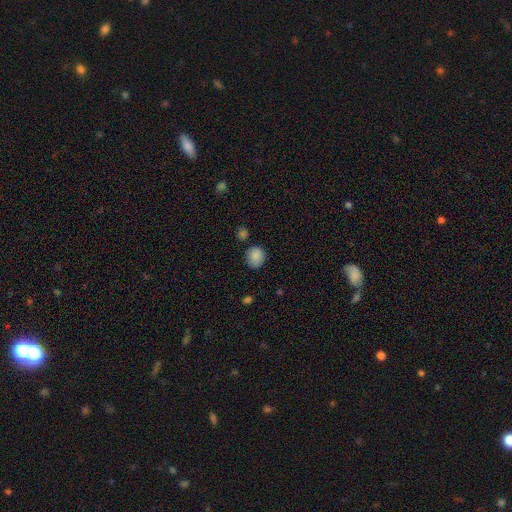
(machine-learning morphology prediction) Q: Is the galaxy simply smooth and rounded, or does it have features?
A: smooth — 86%.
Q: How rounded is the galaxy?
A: round — 74%.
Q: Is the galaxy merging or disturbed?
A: none — 75%.